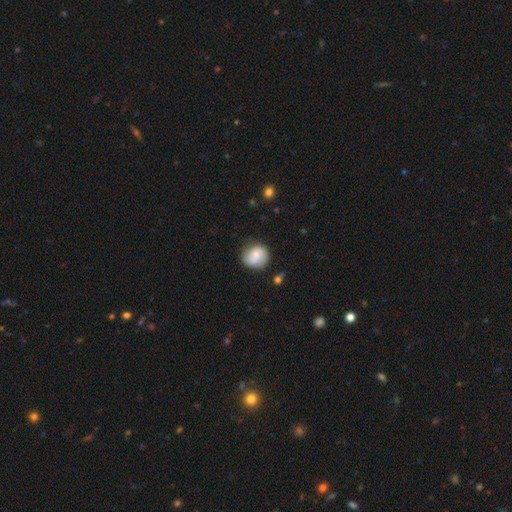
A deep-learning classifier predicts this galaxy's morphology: smooth 67%, featured or disk 26%, star or artifact 8%. Down the decision tree: how rounded — round (83%); merging — none (76%).